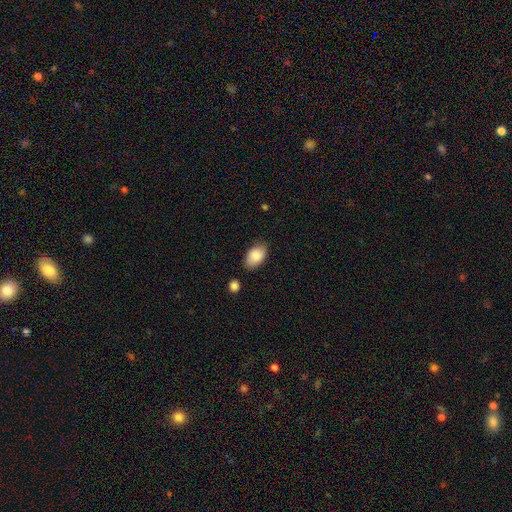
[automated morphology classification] The model was most divided on "merging": none: 76%, minor disturbance: 17%, major disturbance: 3%, merger: 3%. More confident: how rounded — in between (92%); smooth or featured — smooth (86%).